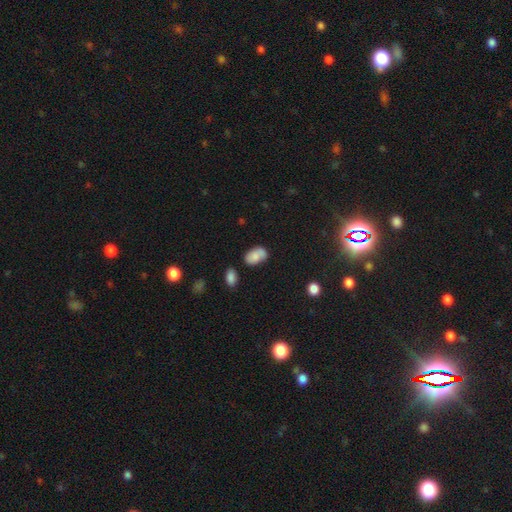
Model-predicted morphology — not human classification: Smooth or featured?
  - smooth: 81% *
  - featured or disk: 12%
  - star or artifact: 8%
How rounded?
  - in between: 92% *
  - round: 7%
  - cigar-shaped: 1%
Merging?
  - none: 60% *
  - minor disturbance: 25%
  - merger: 9%
  - major disturbance: 6%